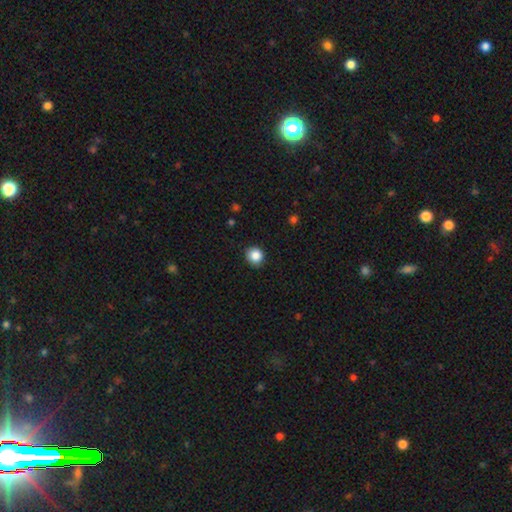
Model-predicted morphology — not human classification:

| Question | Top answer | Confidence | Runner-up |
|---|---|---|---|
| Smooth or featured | smooth | 86% | star or artifact (10%) |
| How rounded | round | 88% | in between (11%) |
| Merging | none | 89% | minor disturbance (8%) |